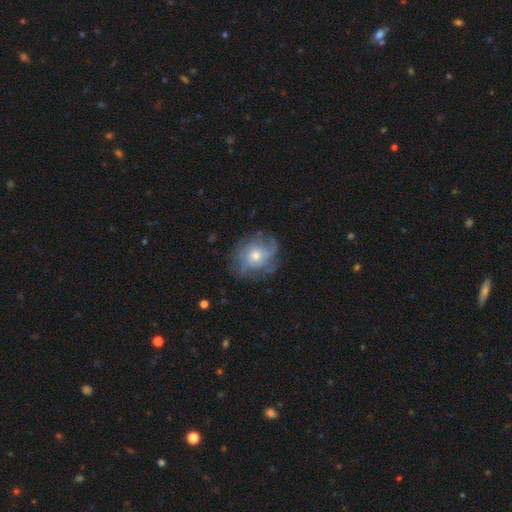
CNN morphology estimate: Smooth or featured: featured or disk — 71% (smooth — 21%)
Edge-on disk: no — 97% (yes — 3%)
Bar: no — 81% (weak — 16%)
Spiral arms: yes — 83% (no — 17%)
Spiral winding: tight — 40% (medium — 37%)
Spiral arm count: can't tell — 41% (3 — 19%)
Bulge size: moderate — 56% (small — 38%)
Merging: none — 69% (minor disturbance — 19%)